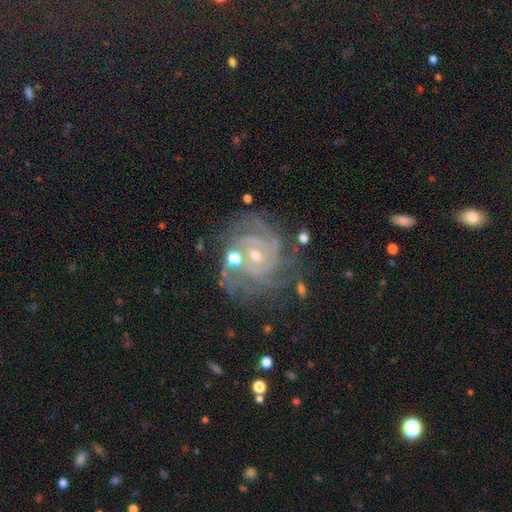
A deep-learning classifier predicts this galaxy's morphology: Q: Smooth or featured?
A: featured or disk (87%); runner-up: star or artifact (8%)
Q: Edge-on disk?
A: no (98%); runner-up: yes (2%)
Q: Bar?
A: no (65%); runner-up: weak (26%)
Q: Spiral arms?
A: yes (97%); runner-up: no (3%)
Q: Spiral winding?
A: tight (73%); runner-up: medium (23%)
Q: Spiral arm count?
A: 3 (29%); runner-up: can't tell (20%)
Q: Bulge size?
A: small (58%); runner-up: moderate (39%)
Q: Merging?
A: none (67%); runner-up: minor disturbance (18%)